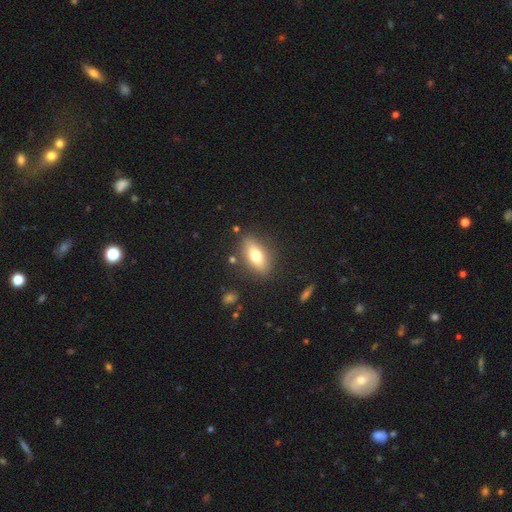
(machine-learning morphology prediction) smooth 65%, featured or disk 27%, star or artifact 8%. Down the decision tree: how rounded — in between (77%); merging — none (83%).